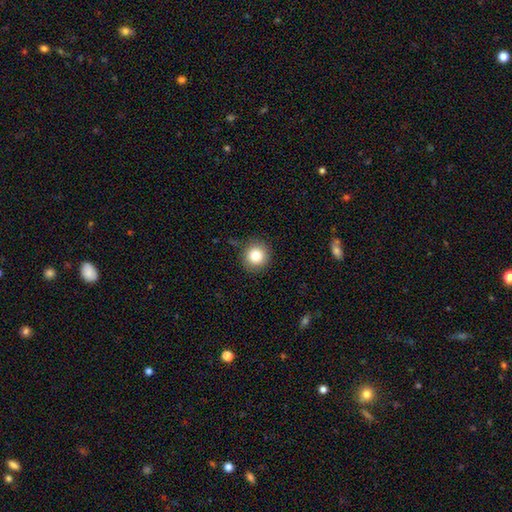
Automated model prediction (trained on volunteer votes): This appears to be a smooth galaxy with no disk features (82%) that is round (93%). Merging: none (87%).